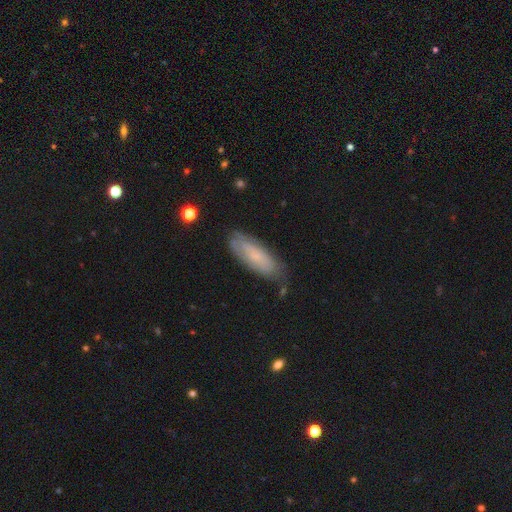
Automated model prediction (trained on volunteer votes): Smooth or featured? Predicted: smooth (p=0.56). How rounded? Predicted: in between (p=0.62). Merging? Predicted: none (p=0.73).